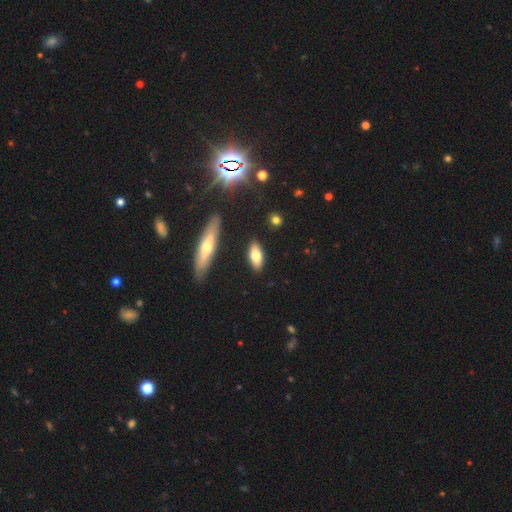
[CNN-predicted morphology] type=smooth (71%); roundness=in between (76%); merging=none (86%).